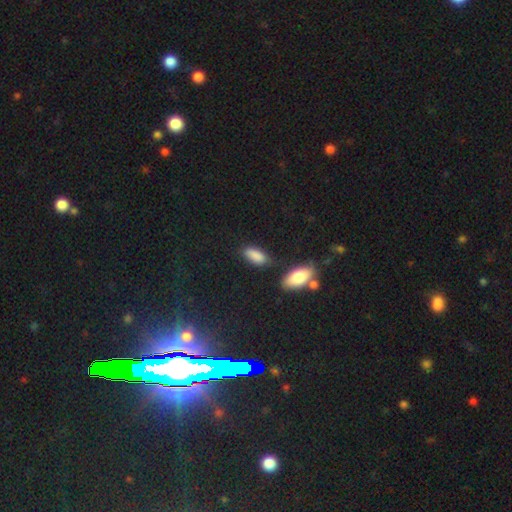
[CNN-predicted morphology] Q: Smooth or featured?
A: smooth (87%); runner-up: star or artifact (8%)
Q: How rounded?
A: in between (84%); runner-up: cigar-shaped (13%)
Q: Merging?
A: none (70%); runner-up: minor disturbance (17%)